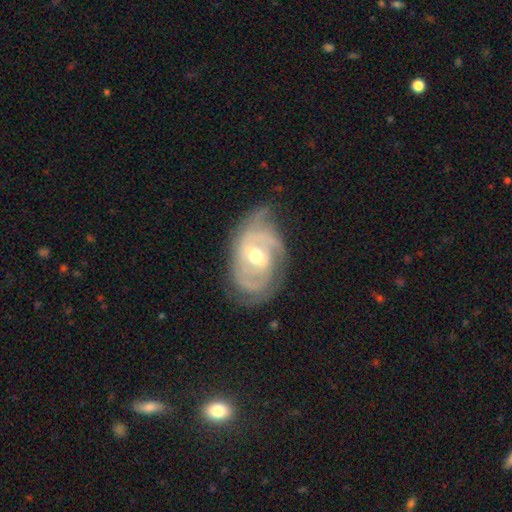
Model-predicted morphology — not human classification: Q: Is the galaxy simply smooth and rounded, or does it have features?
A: featured or disk — 81%.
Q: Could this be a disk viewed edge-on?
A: no — 96%.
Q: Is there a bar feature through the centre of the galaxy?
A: weak — 45%.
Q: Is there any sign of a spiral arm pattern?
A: yes — 86%.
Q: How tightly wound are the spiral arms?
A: tight — 53%.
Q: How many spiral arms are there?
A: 2 — 38%.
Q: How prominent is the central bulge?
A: moderate — 70%.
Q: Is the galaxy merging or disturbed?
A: none — 54%.